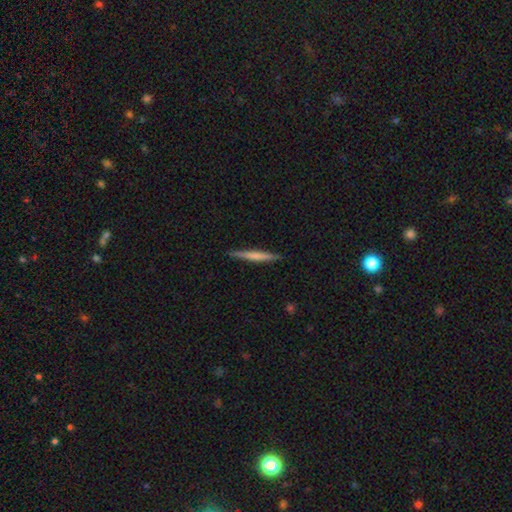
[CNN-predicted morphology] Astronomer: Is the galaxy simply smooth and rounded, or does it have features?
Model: smooth — 52% (runner-up: featured or disk, 43%).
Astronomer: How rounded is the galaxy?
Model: cigar-shaped — 96%.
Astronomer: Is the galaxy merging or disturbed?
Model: none — 89%.